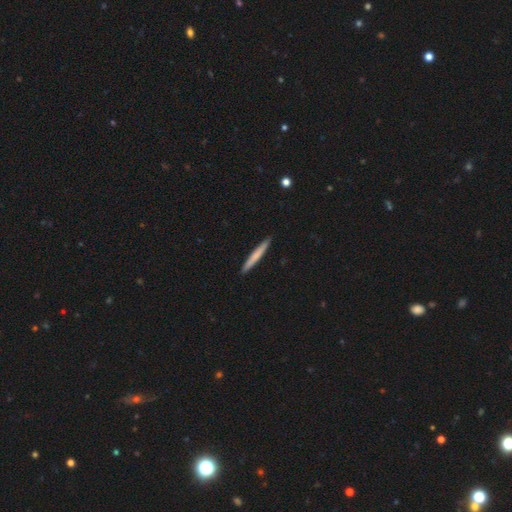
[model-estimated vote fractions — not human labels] smooth-or-featured: smooth: 68% | featured or disk: 27% | star or artifact: 5%
  how-rounded: cigar-shaped: 97% | in between: 2% | round: 1%
  merging: none: 92% | minor disturbance: 6% | major disturbance: 1% | merger: 1%